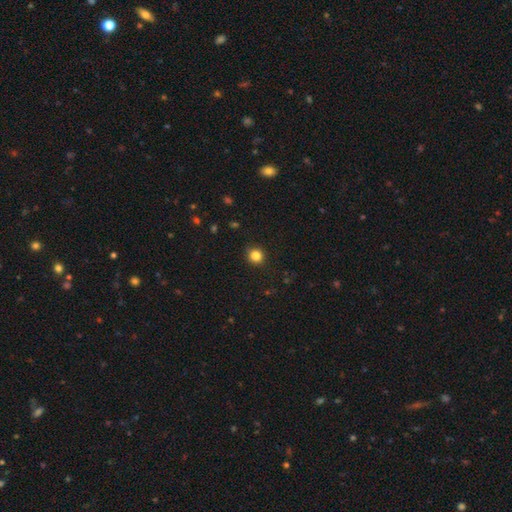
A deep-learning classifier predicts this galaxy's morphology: Smooth or featured?
  - smooth: 84% *
  - star or artifact: 12%
  - featured or disk: 4%
How rounded?
  - round: 91% *
  - in between: 8%
  - cigar-shaped: 1%
Merging?
  - none: 91% *
  - minor disturbance: 7%
  - major disturbance: 2%
  - merger: 1%